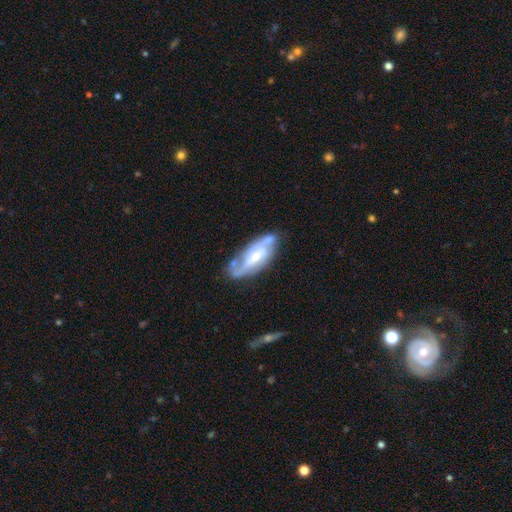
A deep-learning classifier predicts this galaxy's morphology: type=featured or disk (76%); edge-on=no (88%); bar=weak (43%); spiral arms=yes (85%); winding=medium (43%); arm count=2 (58%); bulge=small (50%); merging=none (60%).